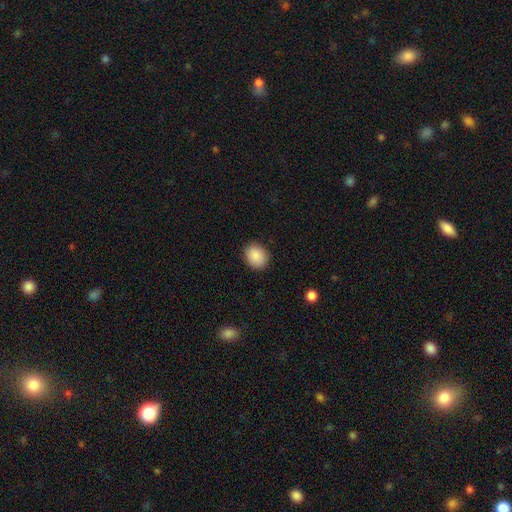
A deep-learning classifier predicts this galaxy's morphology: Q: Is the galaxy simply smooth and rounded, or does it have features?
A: smooth — 89%.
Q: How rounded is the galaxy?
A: round — 59%.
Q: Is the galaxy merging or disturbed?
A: none — 88%.